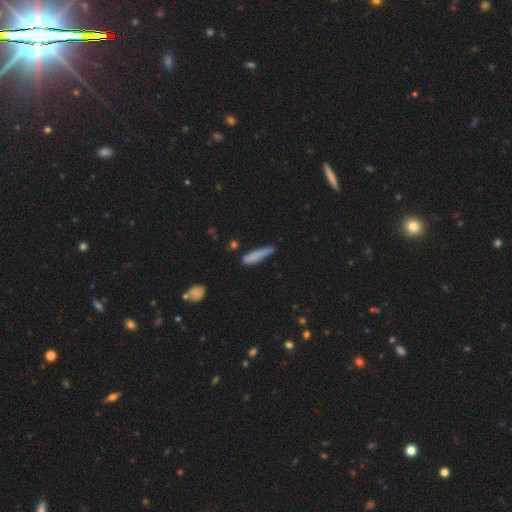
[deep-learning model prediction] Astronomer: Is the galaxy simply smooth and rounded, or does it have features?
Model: smooth — 76%.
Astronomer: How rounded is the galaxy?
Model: cigar-shaped — 85%.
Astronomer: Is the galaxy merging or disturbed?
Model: none — 58%.